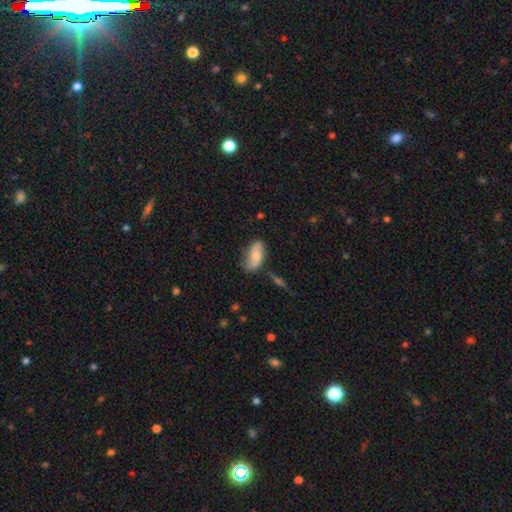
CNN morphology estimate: Smooth or featured?
  - smooth: 63% *
  - featured or disk: 30%
  - star or artifact: 7%
How rounded?
  - in between: 89% *
  - cigar-shaped: 8%
  - round: 3%
Merging?
  - none: 63% *
  - minor disturbance: 25%
  - major disturbance: 7%
  - merger: 5%